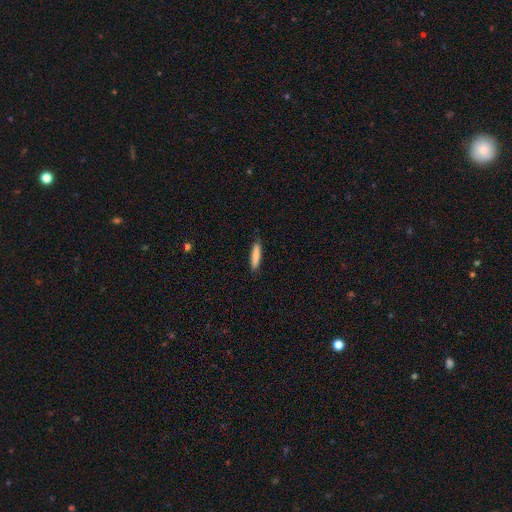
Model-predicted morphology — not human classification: The model was most divided on "how rounded": cigar-shaped: 85%, in between: 14%, round: 1%. More confident: merging — none (87%); smooth or featured — smooth (85%).